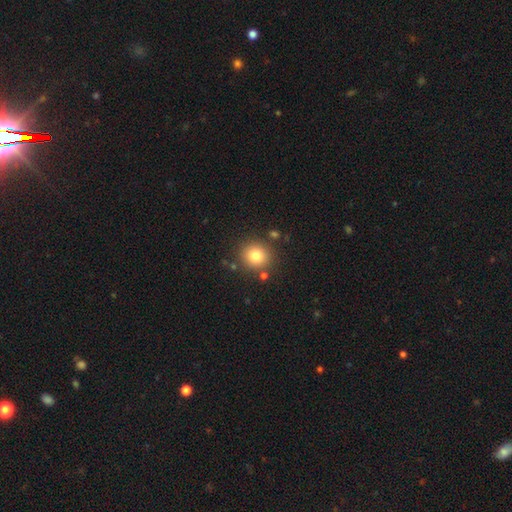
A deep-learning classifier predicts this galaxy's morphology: A smooth galaxy with no disk features (81%) that is round (89%). Merging: none (85%).